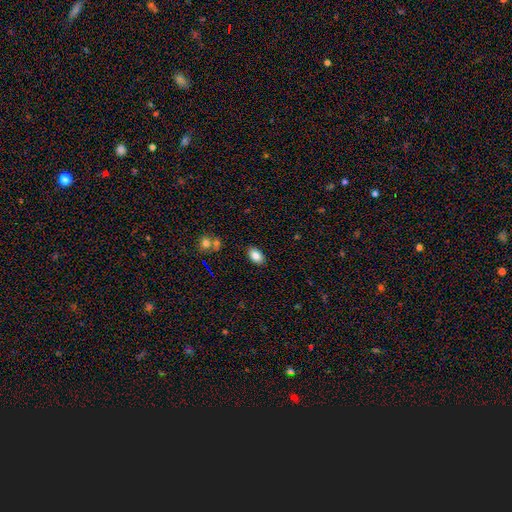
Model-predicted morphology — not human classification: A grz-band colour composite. It shows a smooth galaxy with no disk features (84%) that is in between round and cigar-shaped (89%). Merging: none (86%).